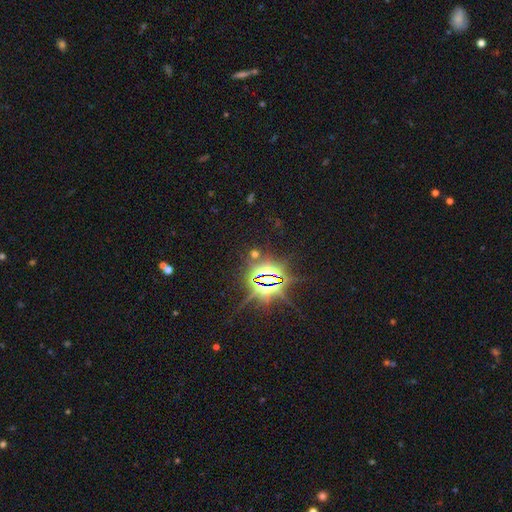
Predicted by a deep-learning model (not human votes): This is clearly a star or artifact rather than a galaxy (85%).